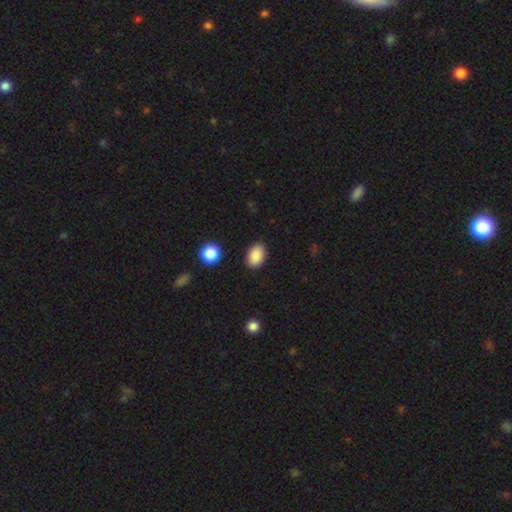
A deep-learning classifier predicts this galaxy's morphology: Overall: smooth (88%). How rounded: in between (88%). Merging: none (87%).